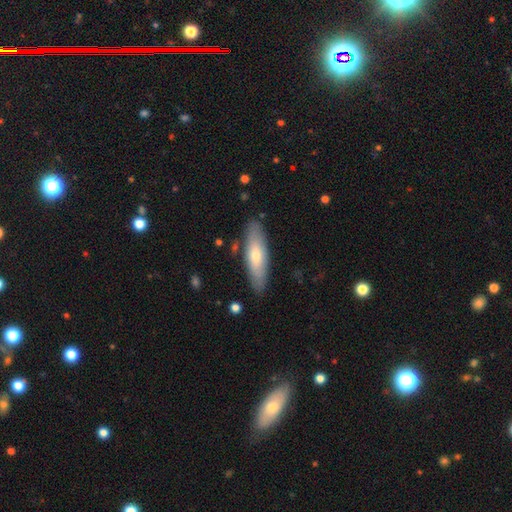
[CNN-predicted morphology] smooth_or_featured: smooth (p=0.60) [alt: featured or disk p=0.34]
how_rounded: cigar-shaped (p=0.57) [alt: in between p=0.41]
merging: none (p=0.85) [alt: minor disturbance p=0.11]